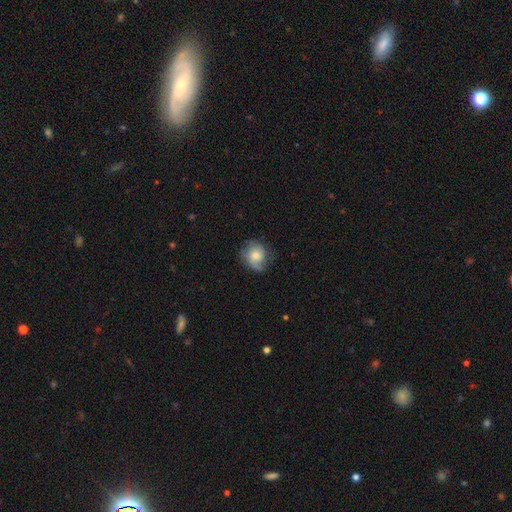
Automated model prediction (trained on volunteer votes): This appears to be a smooth galaxy with no disk features (53%) that is round (73%). Merging: none (61%).